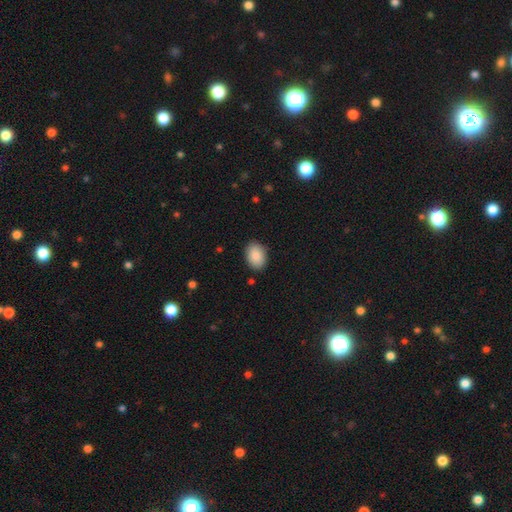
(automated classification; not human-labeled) A smooth galaxy with no disk features (89%) that is in between round and cigar-shaped (84%). Merging: none (87%).